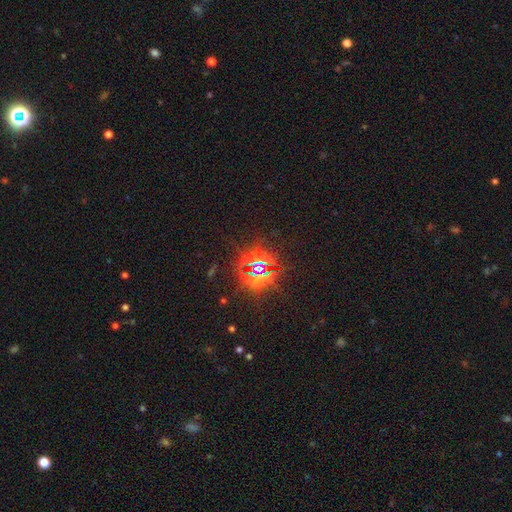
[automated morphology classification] The model was most divided on "smooth or featured": star or artifact: 84%, smooth: 8%, featured or disk: 8%.